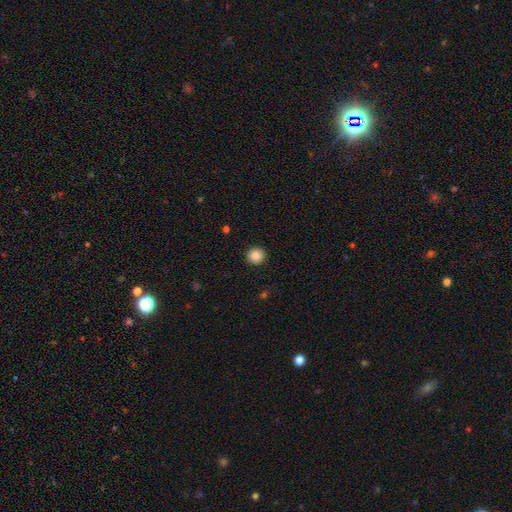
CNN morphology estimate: The model was most divided on "smooth or featured": smooth: 87%, star or artifact: 9%, featured or disk: 4%. More confident: how rounded — round (92%); merging — none (92%).